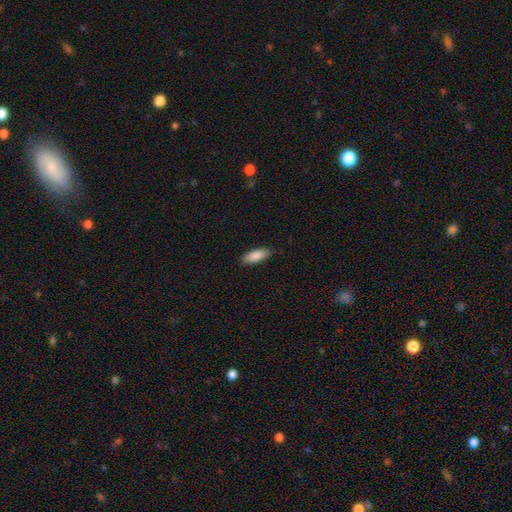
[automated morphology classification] A smooth galaxy with no disk features (87%) that is in between round and cigar-shaped (69%). Merging: none (87%).